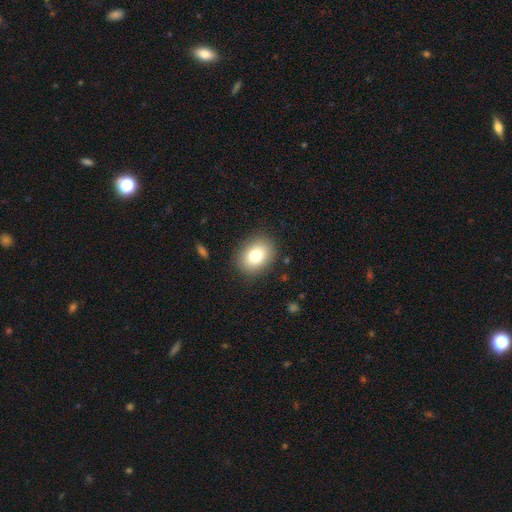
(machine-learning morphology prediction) The model was most divided on "how rounded": in between: 58%, round: 41%, cigar-shaped: 1%. More confident: merging — none (87%); smooth or featured — smooth (80%).